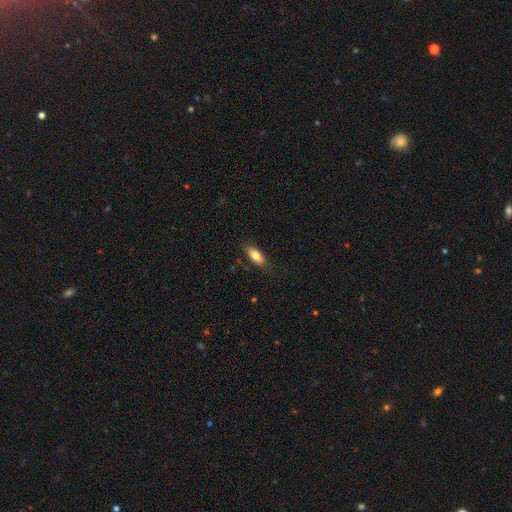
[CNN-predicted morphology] This appears to be a smooth galaxy with no disk features (79%) that is in between round and cigar-shaped (77%). Merging: none (82%).